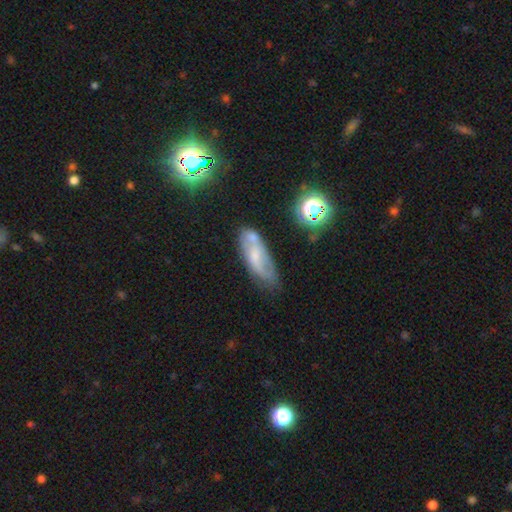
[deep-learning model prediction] Smooth or featured: featured or disk — 48% (smooth — 41%)
Merging: none — 52% (minor disturbance — 26%)